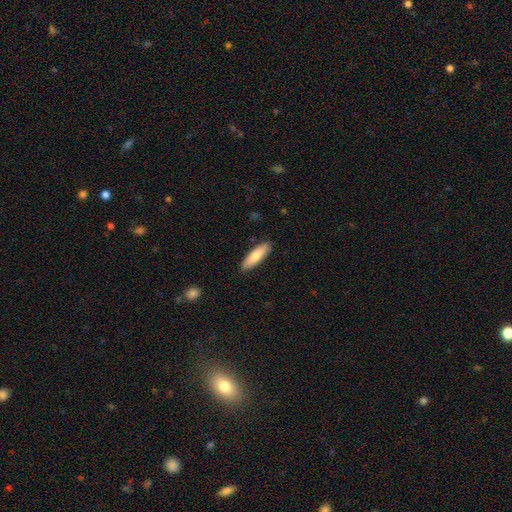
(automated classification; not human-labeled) Overall: smooth (77%). How rounded: cigar-shaped (62%; in between 36%). Merging: none (89%).